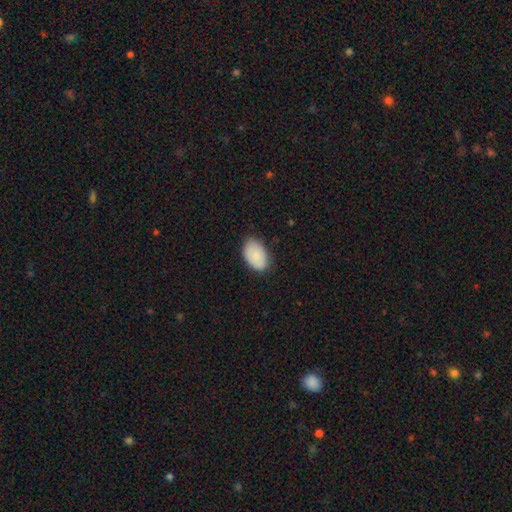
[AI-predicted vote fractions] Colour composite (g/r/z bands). It shows a smooth galaxy with no disk features (84%) that is in between round and cigar-shaped (92%). Merging: none (79%).